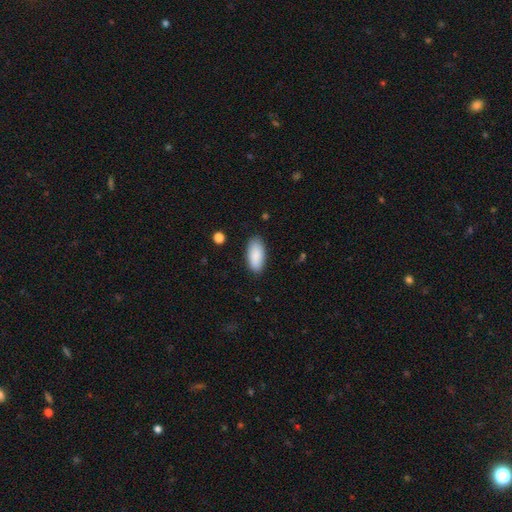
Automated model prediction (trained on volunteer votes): Smooth or featured? Predicted: smooth (p=0.89). How rounded? Predicted: in between (p=0.89). Merging? Predicted: none (p=0.87).